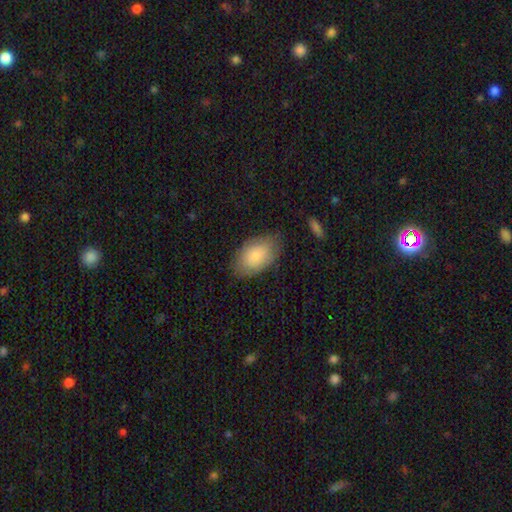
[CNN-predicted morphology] Q: Smooth or featured?
A: smooth (82%); runner-up: featured or disk (12%)
Q: How rounded?
A: in between (93%); runner-up: round (6%)
Q: Merging?
A: none (76%); runner-up: minor disturbance (18%)